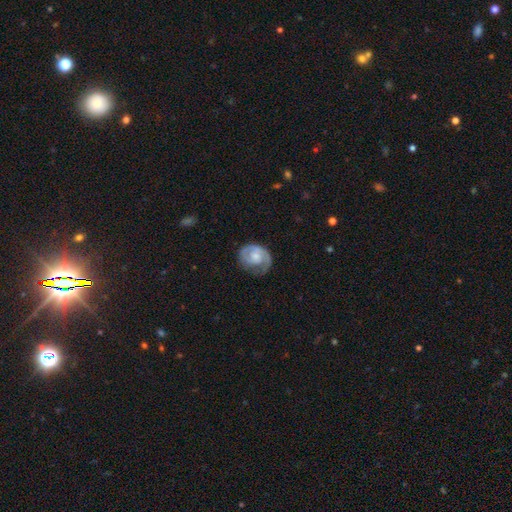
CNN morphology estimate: type=featured or disk (71%); edge-on=no (98%); bar=no (70%); spiral arms=yes (89%); winding=tight (56%); arm count=1 (50%); bulge=moderate (42%); merging=none (55%).